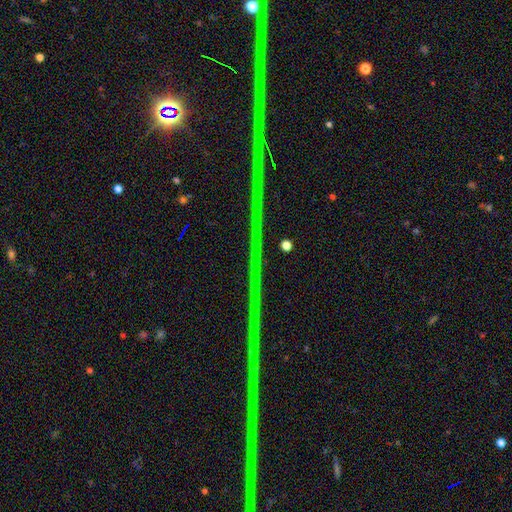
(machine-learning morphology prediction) A star or artifact, not a galaxy (89%).

Vote fractions:
- Smooth or featured? star or artifact: 89% / featured or disk: 7% / smooth: 4%